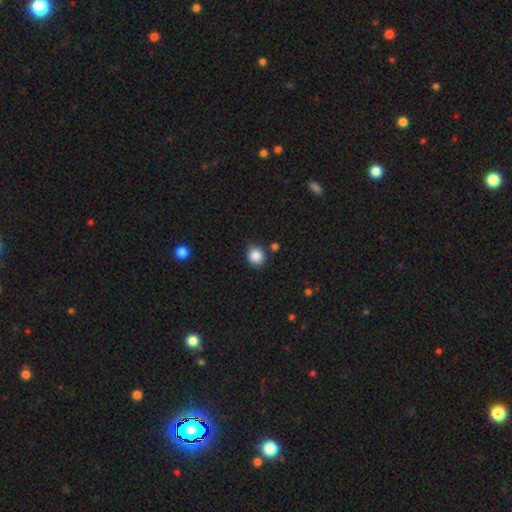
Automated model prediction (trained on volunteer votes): Q: Smooth or featured?
A: smooth (86%); runner-up: star or artifact (10%)
Q: How rounded?
A: round (79%); runner-up: in between (20%)
Q: Merging?
A: none (83%); runner-up: minor disturbance (10%)